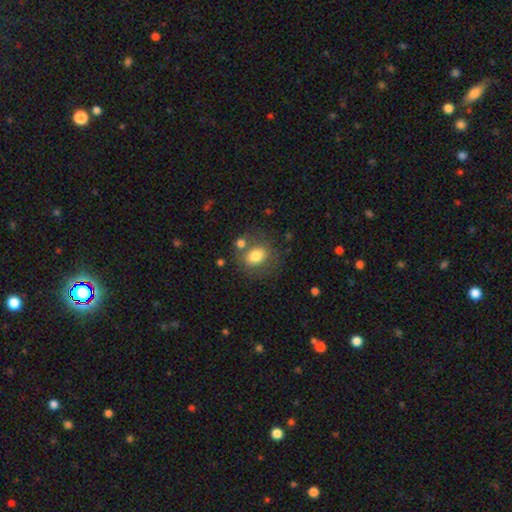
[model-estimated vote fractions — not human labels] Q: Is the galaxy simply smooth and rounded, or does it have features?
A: smooth — 77%.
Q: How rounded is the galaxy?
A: round — 60%.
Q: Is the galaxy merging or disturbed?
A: none — 67%.